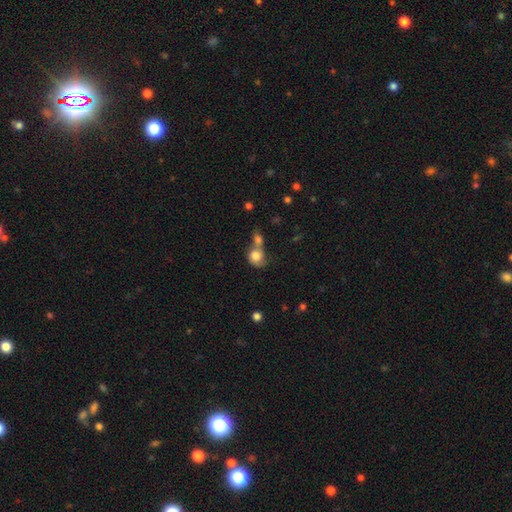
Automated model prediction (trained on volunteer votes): Smooth or featured?
  - smooth: 75% *
  - featured or disk: 16%
  - star or artifact: 9%
How rounded?
  - round: 69% *
  - in between: 29%
  - cigar-shaped: 1%
Merging?
  - merger: 61% *
  - none: 22%
  - minor disturbance: 10%
  - major disturbance: 8%